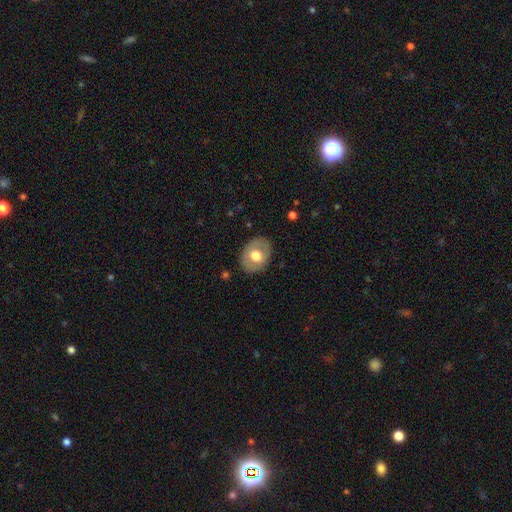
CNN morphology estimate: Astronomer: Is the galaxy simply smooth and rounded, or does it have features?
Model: smooth — 60%.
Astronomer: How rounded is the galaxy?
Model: in between — 62%.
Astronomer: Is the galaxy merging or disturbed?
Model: none — 83%.